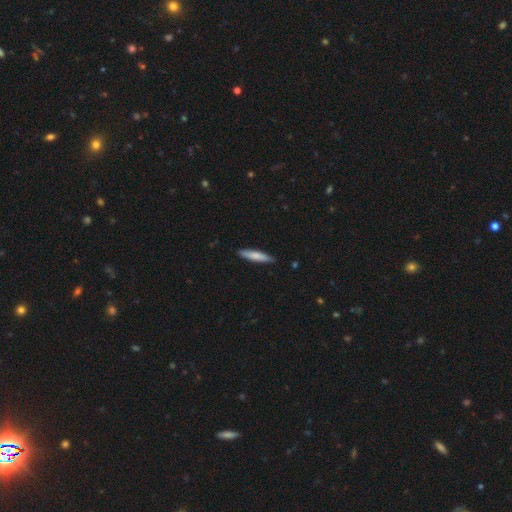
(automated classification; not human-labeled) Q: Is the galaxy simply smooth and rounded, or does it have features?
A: smooth — 73%.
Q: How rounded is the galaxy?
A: cigar-shaped — 87%.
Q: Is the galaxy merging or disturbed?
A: none — 88%.